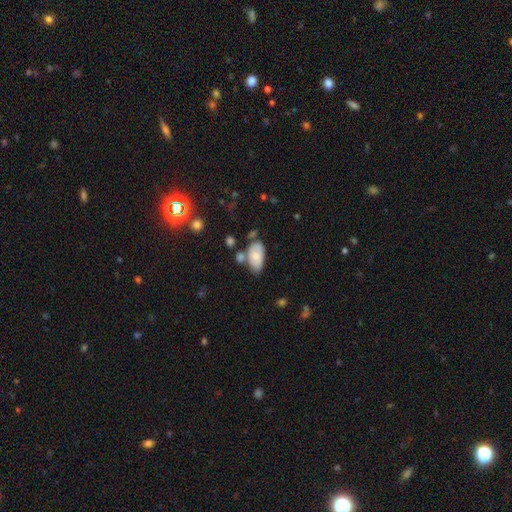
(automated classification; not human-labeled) Overall: smooth (74%). How rounded: in between (94%). Merging: none (48%; minor disturbance 27%).